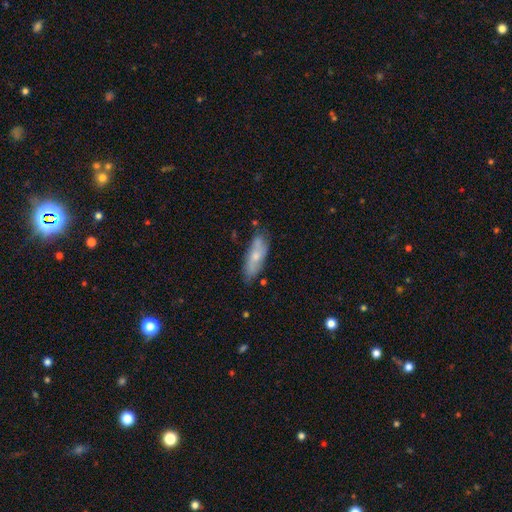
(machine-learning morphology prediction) Smooth or featured? smooth (57%)
How rounded? in between (59%)
Merging? none (70%)